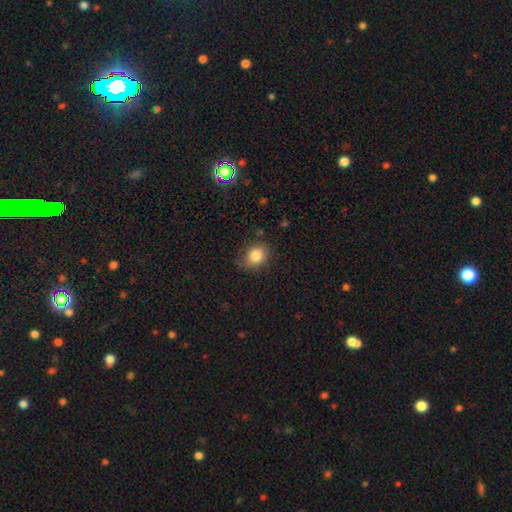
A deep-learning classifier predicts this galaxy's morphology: smooth_or_featured: smooth (p=0.83) [alt: star or artifact p=0.09]
how_rounded: round (p=0.55) [alt: in between p=0.44]
merging: none (p=0.68) [alt: minor disturbance p=0.24]